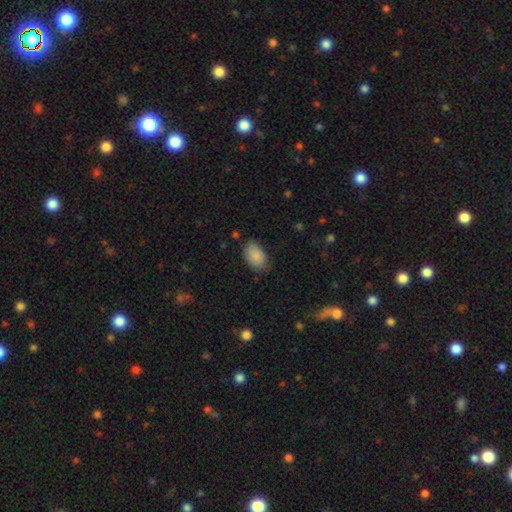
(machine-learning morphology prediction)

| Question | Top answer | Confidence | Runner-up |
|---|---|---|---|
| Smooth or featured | smooth | 88% | star or artifact (7%) |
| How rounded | in between | 91% | round (7%) |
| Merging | none | 76% | minor disturbance (19%) |